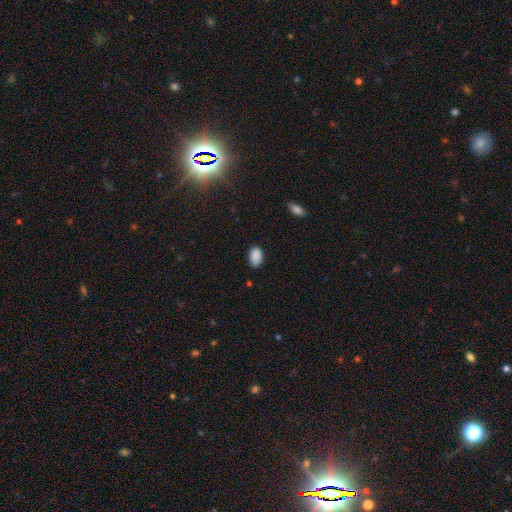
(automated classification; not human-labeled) smooth_or_featured: smooth (p=0.89) [alt: star or artifact p=0.08]
how_rounded: in between (p=0.90) [alt: round p=0.09]
merging: none (p=0.81) [alt: minor disturbance p=0.15]